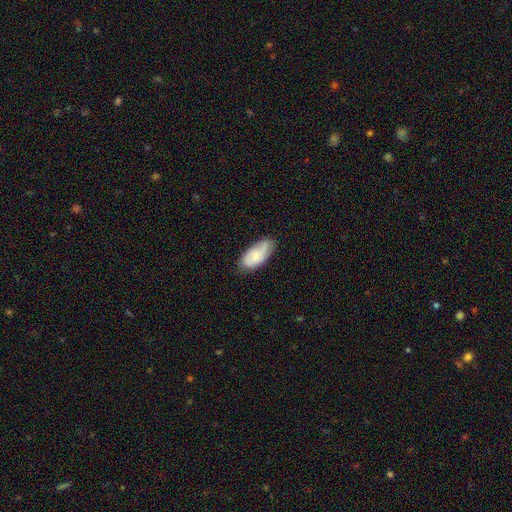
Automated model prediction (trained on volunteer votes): This appears to be a smooth galaxy with no disk features (69%) that is in between round and cigar-shaped (92%). Merging: none (70%).